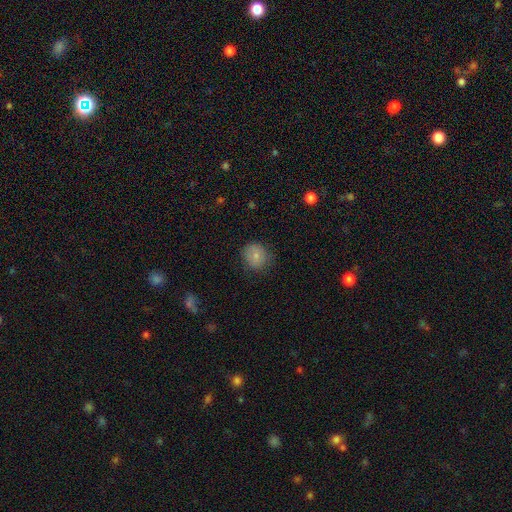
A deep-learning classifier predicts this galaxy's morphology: A smooth galaxy with no disk features (78%) that is round (76%). Merging: none (76%).